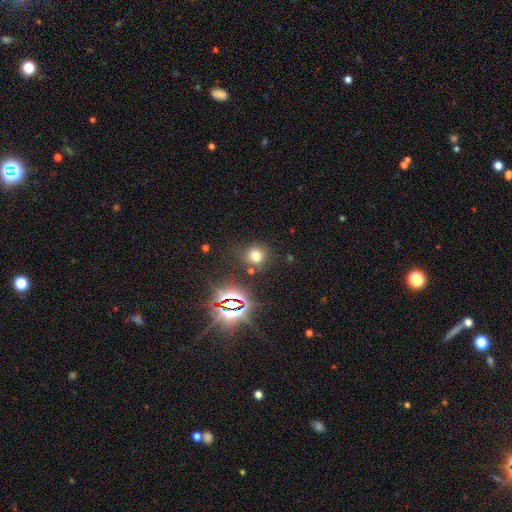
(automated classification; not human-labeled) Smooth or featured: smooth — 64% (star or artifact — 28%)
How rounded: round — 85% (in between — 14%)
Merging: none — 77% (minor disturbance — 12%)